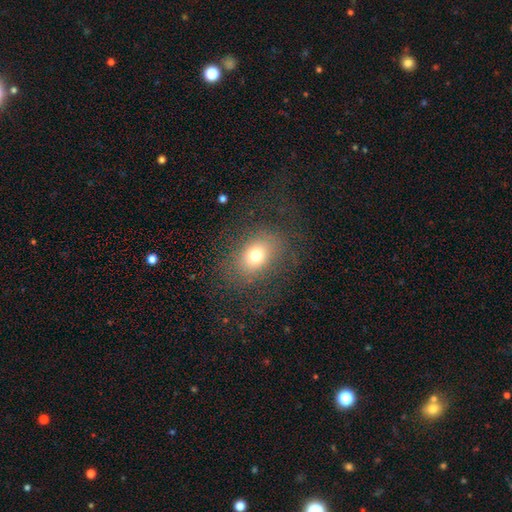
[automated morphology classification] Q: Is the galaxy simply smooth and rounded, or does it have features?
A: smooth — 70%.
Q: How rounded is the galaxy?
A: in between — 62%.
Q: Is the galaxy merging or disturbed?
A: none — 74%.